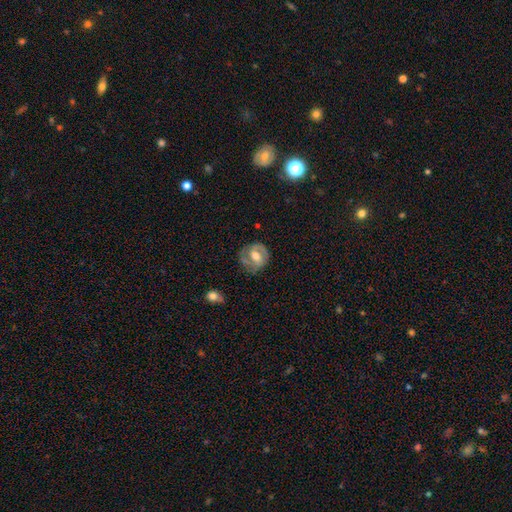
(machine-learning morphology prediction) The model was most divided on "bar": weak: 45%, no: 31%, strong: 24%. More confident: edge-on disk — no (96%); spiral arms — yes (72%); bulge size — moderate (69%); merging — none (68%); smooth or featured — featured or disk (59%).